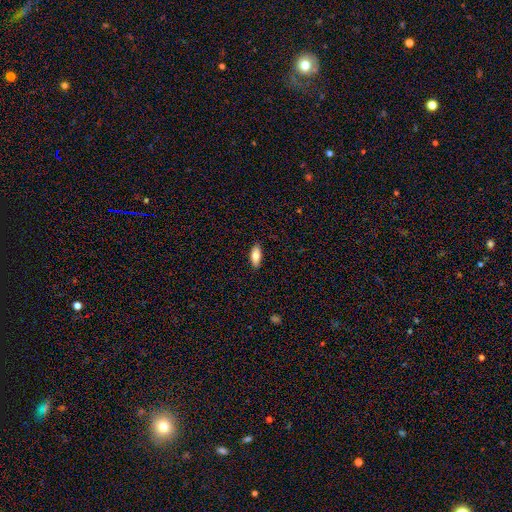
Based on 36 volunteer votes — smooth-or-featured: smooth: 89% | featured or disk: 8% | star or artifact: 3%
  how-rounded: in between: 72% | cigar-shaped: 28% | round: 0%
  merging: none: 94% | minor disturbance: 3% | merger: 3% | major disturbance: 0%